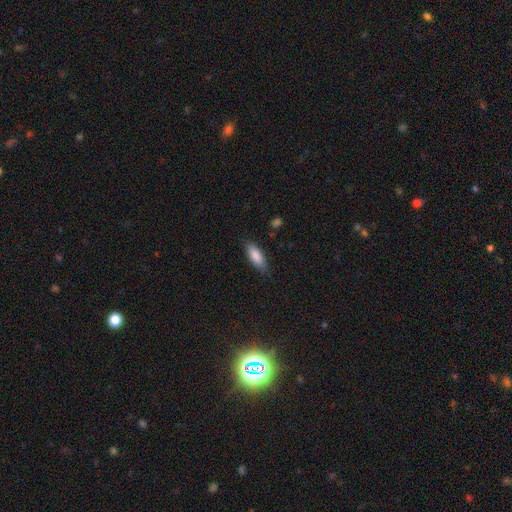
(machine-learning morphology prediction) This is clearly a smooth galaxy (86%). How rounded: likely in between (67%). Merging: clearly none (81%).